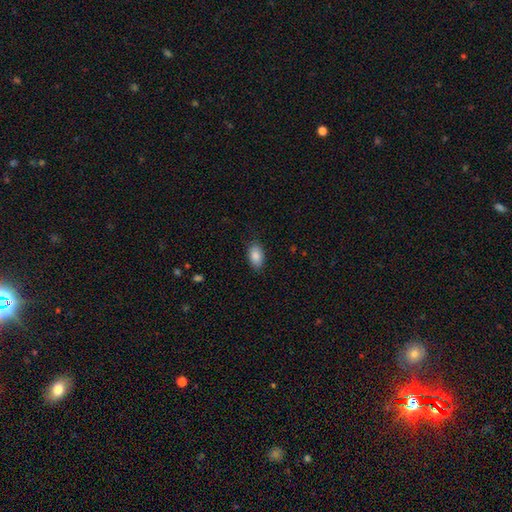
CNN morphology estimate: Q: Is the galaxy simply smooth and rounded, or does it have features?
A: smooth — 88%.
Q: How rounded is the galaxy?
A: in between — 93%.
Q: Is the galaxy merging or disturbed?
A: none — 86%.